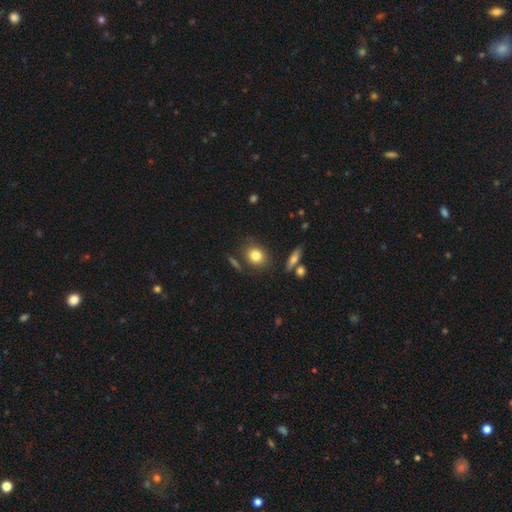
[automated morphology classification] Smooth or featured?
  - smooth: 81% *
  - featured or disk: 10%
  - star or artifact: 9%
How rounded?
  - round: 59% *
  - in between: 39%
  - cigar-shaped: 2%
Merging?
  - none: 79% *
  - minor disturbance: 11%
  - merger: 6%
  - major disturbance: 3%